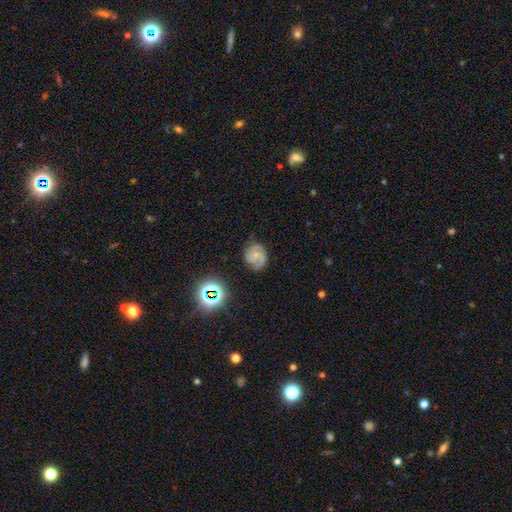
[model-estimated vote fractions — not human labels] Overall: featured or disk (71%). Edge-on disk: no (98%). Bar: no (67%; weak 28%). Spiral arms: yes (94%). Spiral arm count: 2 (62%). Spiral winding: medium (44%, tied with tight). Bulge size: small (66%). Merging: none (70%).